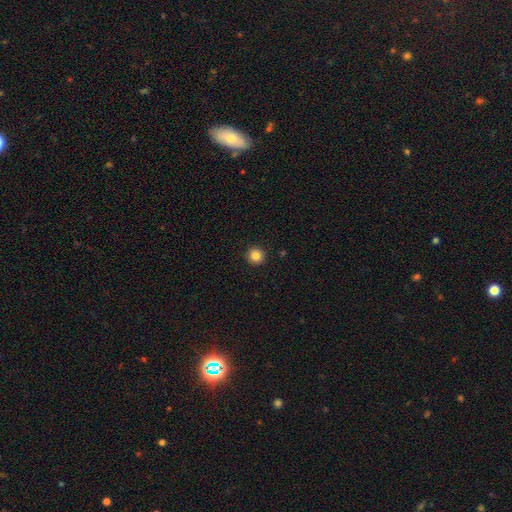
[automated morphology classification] smooth-or-featured: smooth: 84% | star or artifact: 11% | featured or disk: 5%
  how-rounded: round: 95% | in between: 4% | cigar-shaped: 1%
  merging: none: 93% | minor disturbance: 4% | major disturbance: 2% | merger: 1%